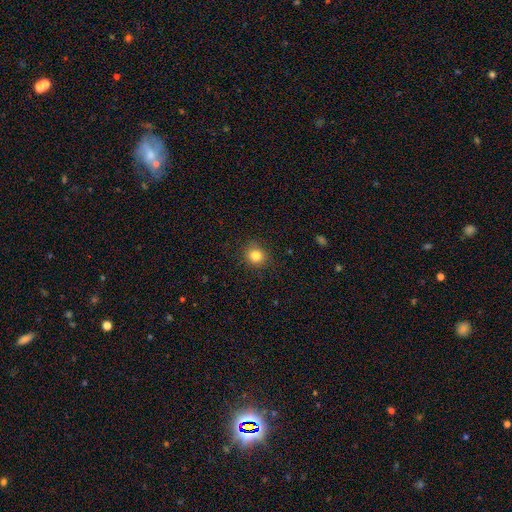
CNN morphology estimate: Smooth or featured: smooth — 83% (star or artifact — 11%)
How rounded: round — 84% (in between — 15%)
Merging: none — 88% (minor disturbance — 9%)